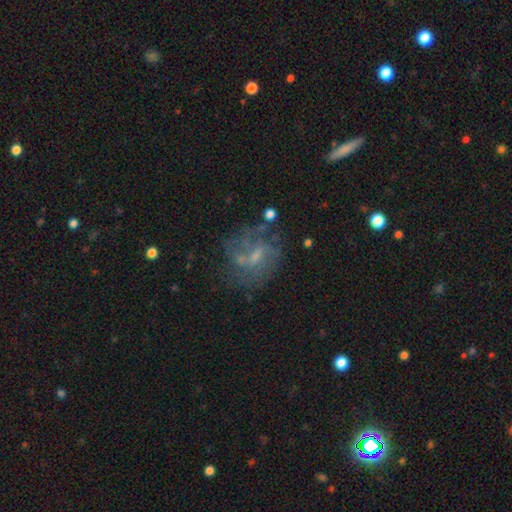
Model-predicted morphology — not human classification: featured or disk 66%, smooth 22%, star or artifact 12%. Down the decision tree: edge-on disk — no (97%); bar — weak (49%); spiral arms — yes (64%); bulge size — small (47%); merging — none (51%).